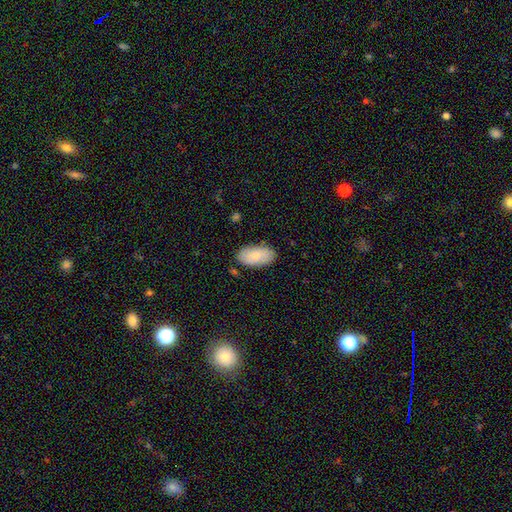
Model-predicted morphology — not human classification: A smooth galaxy with no disk features (79%) that is in between round and cigar-shaped (95%).

Vote fractions:
- Smooth or featured? smooth: 79% / featured or disk: 15% / star or artifact: 6%
- How rounded? in between: 95% / round: 3% / cigar-shaped: 2%
- Merging? none: 83% / minor disturbance: 12% / major disturbance: 2% / merger: 2%